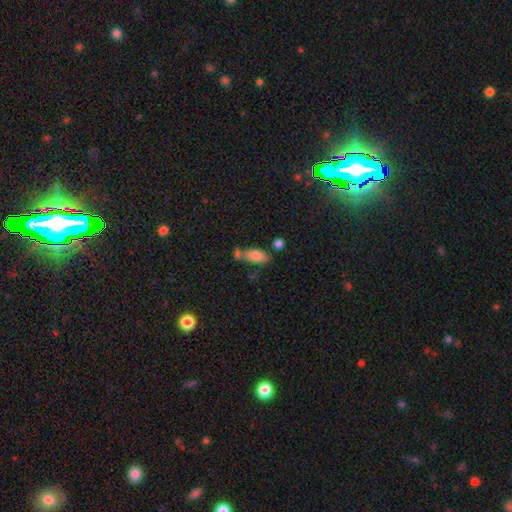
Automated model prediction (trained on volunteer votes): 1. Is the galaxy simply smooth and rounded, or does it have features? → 80% smooth, 12% featured or disk, 8% star or artifact.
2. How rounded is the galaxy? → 88% in between, 8% cigar-shaped, 4% round.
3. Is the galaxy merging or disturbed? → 50% none, 26% merger, 18% minor disturbance, 7% major disturbance.